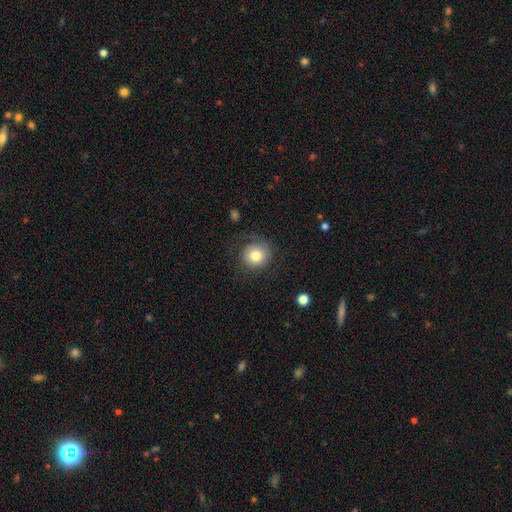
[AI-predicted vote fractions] Smooth or featured: smooth — 75% (featured or disk — 16%)
How rounded: round — 91% (in between — 8%)
Merging: none — 69% (minor disturbance — 16%)